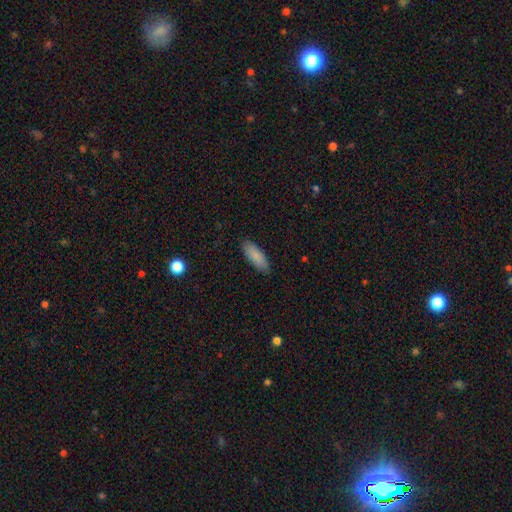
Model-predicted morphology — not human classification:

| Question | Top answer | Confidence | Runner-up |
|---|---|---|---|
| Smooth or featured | smooth | 88% | featured or disk (6%) |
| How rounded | in between | 64% | cigar-shaped (34%) |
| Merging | none | 87% | minor disturbance (10%) |